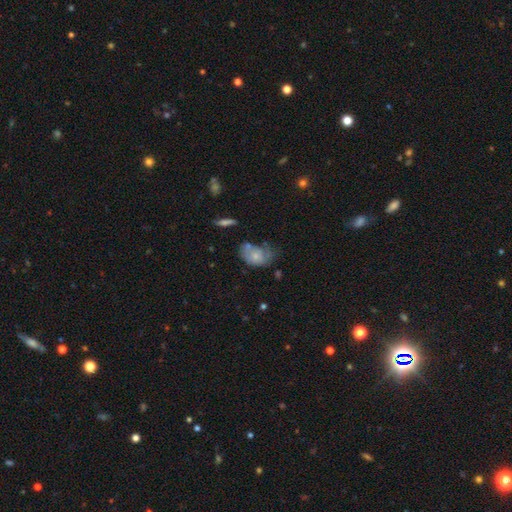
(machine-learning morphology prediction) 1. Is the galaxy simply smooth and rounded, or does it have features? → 58% smooth, 34% featured or disk, 8% star or artifact.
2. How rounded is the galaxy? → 78% in between, 21% round, 2% cigar-shaped.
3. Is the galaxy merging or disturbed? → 33% minor disturbance, 30% none, 28% major disturbance, 10% merger.